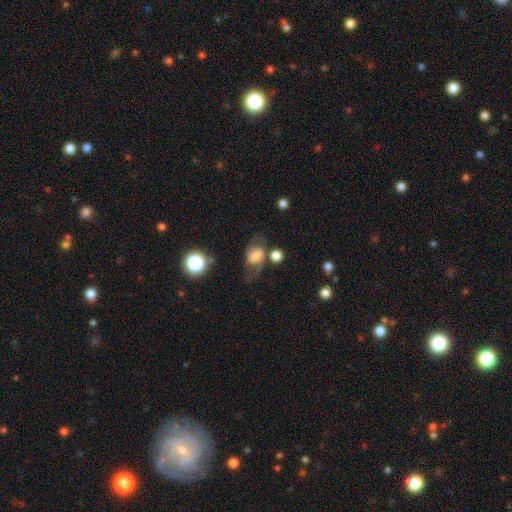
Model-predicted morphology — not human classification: Smooth or featured: featured or disk — 48% (smooth — 41%)
Merging: none — 52% (minor disturbance — 21%)